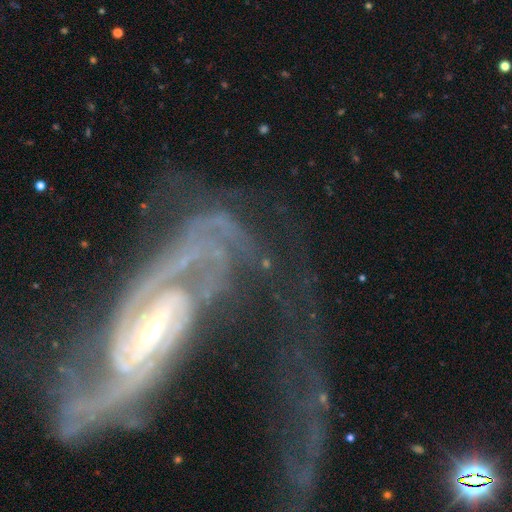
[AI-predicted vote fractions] smooth-or-featured: featured or disk: 90% | star or artifact: 6% | smooth: 4%
  disk-edge-on: no: 94% | yes: 6%
    bar: strong: 40% | weak: 36% | no: 23%
    has-spiral-arms: yes: 97% | no: 3%
      spiral-winding: medium: 42% | tight: 36% | loose: 21%
      spiral-arm-count: 2: 58% | can't tell: 13% | 3: 10% | 1: 6% | 4: 6% | more than 4: 6%
    bulge-size: small: 60% | moderate: 34% | large: 3% | none: 2% | dominant: 1%
  merging: major disturbance: 40% | none: 36% | minor disturbance: 15% | merger: 9%